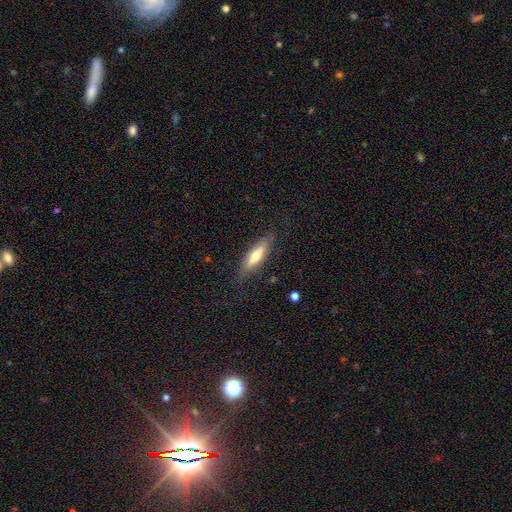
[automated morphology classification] Smooth or featured: smooth — 56% (featured or disk — 38%)
How rounded: cigar-shaped — 61% (in between — 37%)
Merging: none — 80% (minor disturbance — 14%)